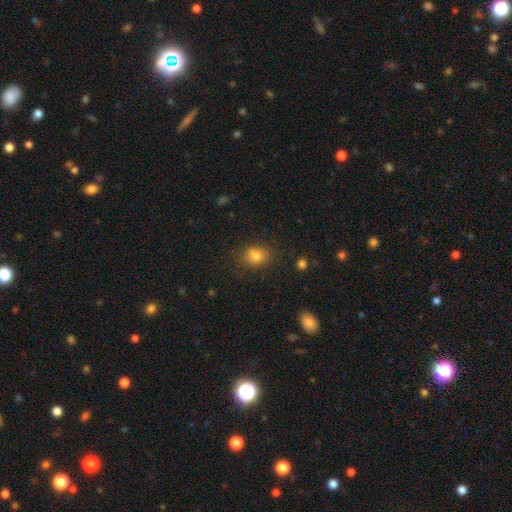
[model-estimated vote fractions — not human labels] smooth-or-featured: smooth: 77% | star or artifact: 13% | featured or disk: 9%
  how-rounded: round: 55% | in between: 44% | cigar-shaped: 1%
  merging: none: 71% | minor disturbance: 16% | merger: 8% | major disturbance: 5%